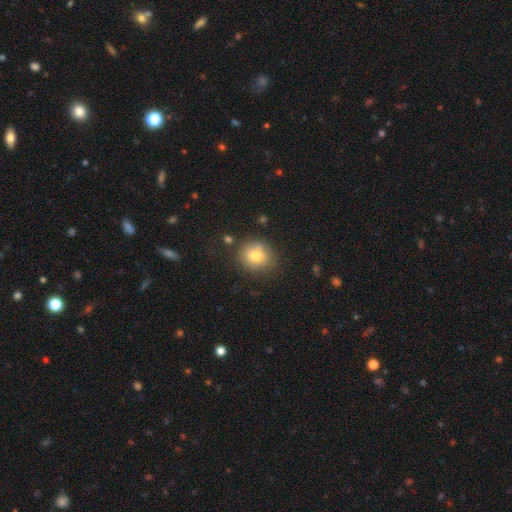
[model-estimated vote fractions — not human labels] Smooth or featured: smooth — 78% (featured or disk — 11%)
How rounded: round — 77% (in between — 22%)
Merging: none — 75% (minor disturbance — 15%)